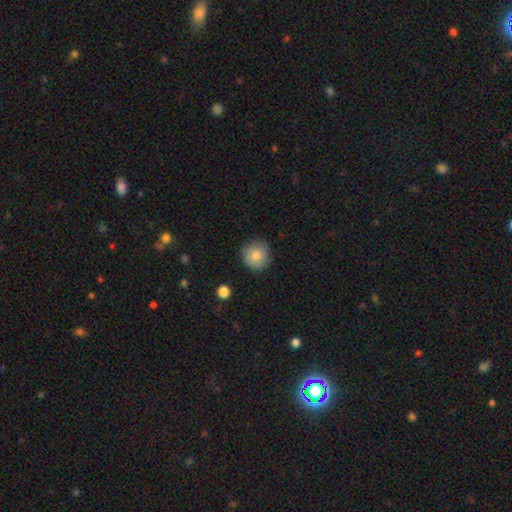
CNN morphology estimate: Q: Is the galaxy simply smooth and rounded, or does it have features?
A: smooth — 83%.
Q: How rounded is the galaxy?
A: round — 93%.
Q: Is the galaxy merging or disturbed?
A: none — 84%.